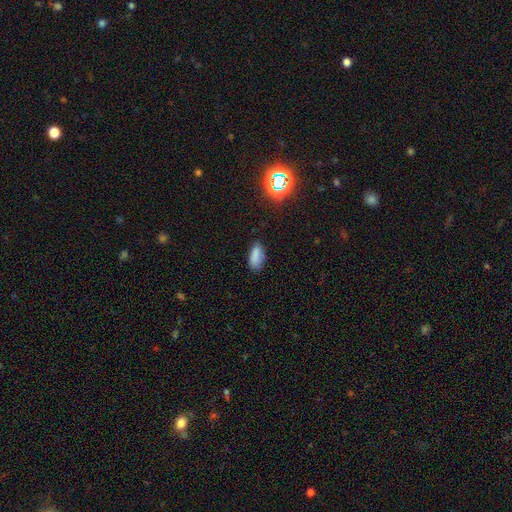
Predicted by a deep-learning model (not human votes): Morphology: type=smooth (81%); roundness=in between (87%); merging=none (75%).